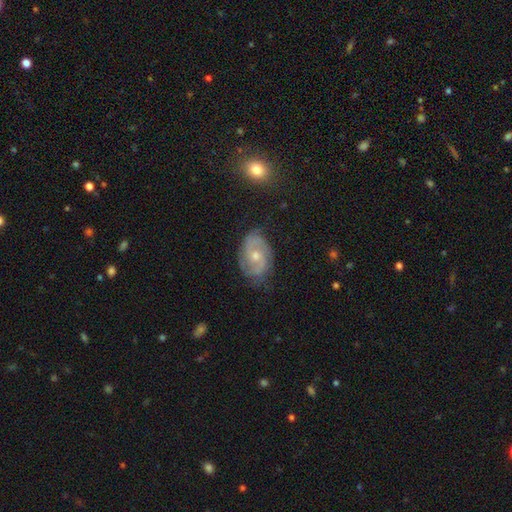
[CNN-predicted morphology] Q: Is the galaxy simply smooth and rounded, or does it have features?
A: featured or disk — 81%.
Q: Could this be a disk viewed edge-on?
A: no — 97%.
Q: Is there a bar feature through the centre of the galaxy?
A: no — 59%.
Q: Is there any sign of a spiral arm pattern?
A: yes — 95%.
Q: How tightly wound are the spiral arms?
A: medium — 46%.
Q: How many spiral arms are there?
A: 2 — 74%.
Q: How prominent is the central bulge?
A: moderate — 52%.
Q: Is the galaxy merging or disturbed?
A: none — 75%.